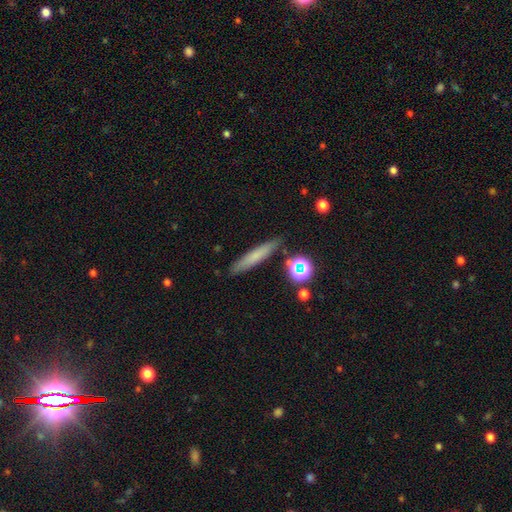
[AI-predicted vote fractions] smooth_or_featured: smooth (p=0.66) [alt: featured or disk p=0.23]
how_rounded: cigar-shaped (p=0.89) [alt: in between p=0.08]
merging: none (p=0.86) [alt: minor disturbance p=0.09]